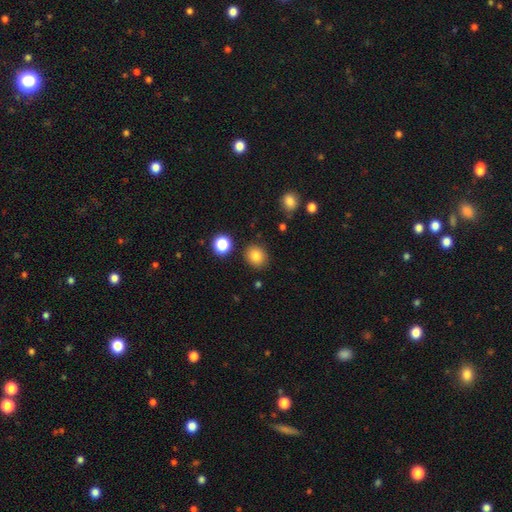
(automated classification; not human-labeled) This is clearly a smooth galaxy (83%). How rounded: likely round (75%). Merging: clearly none (86%).